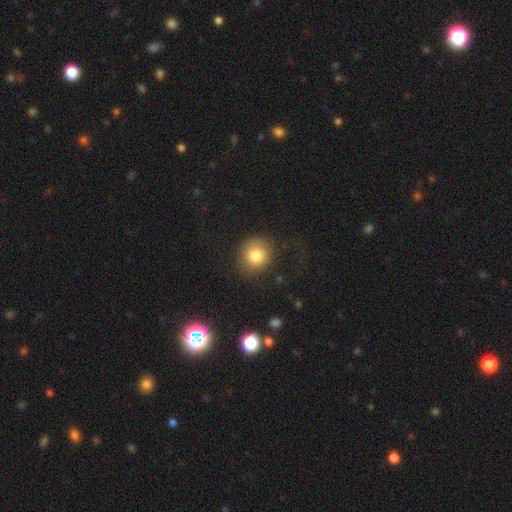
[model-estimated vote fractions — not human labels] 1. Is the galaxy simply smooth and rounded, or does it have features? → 81% smooth, 10% star or artifact, 9% featured or disk.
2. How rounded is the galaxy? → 82% round, 17% in between, 1% cigar-shaped.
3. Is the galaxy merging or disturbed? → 76% none, 14% minor disturbance, 8% major disturbance, 2% merger.